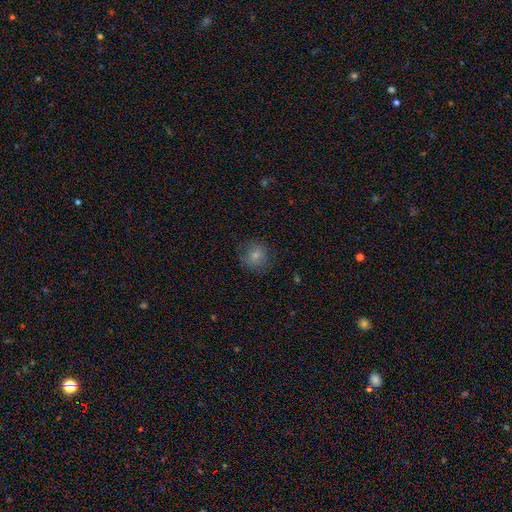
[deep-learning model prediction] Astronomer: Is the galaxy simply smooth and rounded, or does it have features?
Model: smooth — 76%.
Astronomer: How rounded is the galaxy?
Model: round — 86%.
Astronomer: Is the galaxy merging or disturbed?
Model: none — 79%.